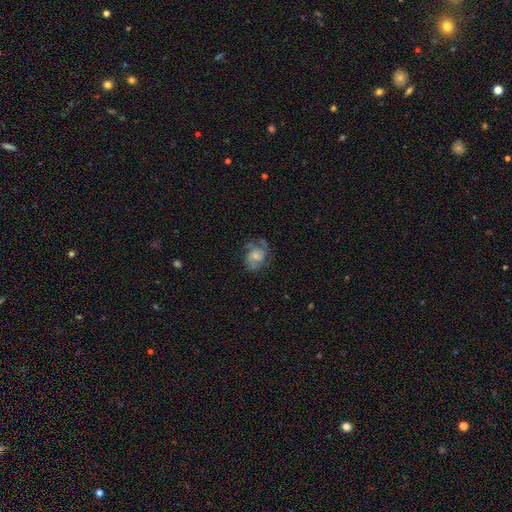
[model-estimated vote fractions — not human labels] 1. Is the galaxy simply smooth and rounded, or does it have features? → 59% featured or disk, 33% smooth, 8% star or artifact.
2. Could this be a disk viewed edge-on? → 97% no, 3% yes.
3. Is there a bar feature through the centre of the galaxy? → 71% no, 25% weak, 4% strong.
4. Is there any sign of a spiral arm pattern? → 83% yes, 17% no.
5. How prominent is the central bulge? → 40% small, 35% moderate, 12% none, 11% large, 2% dominant.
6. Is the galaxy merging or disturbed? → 57% none, 23% minor disturbance, 18% major disturbance, 2% merger.